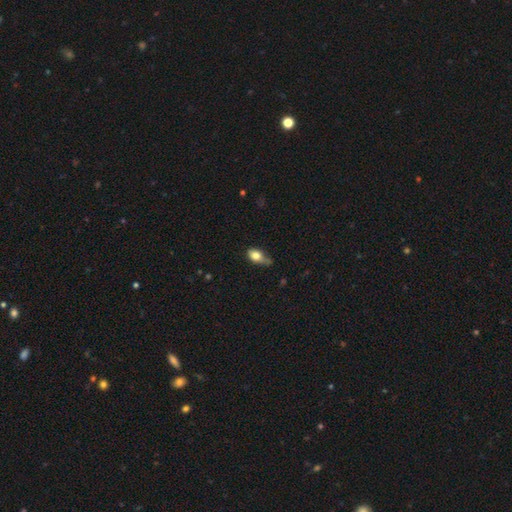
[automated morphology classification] This appears to be a smooth galaxy with no disk features (77%) that is in between round and cigar-shaped (81%). Merging: minor disturbance (42%).